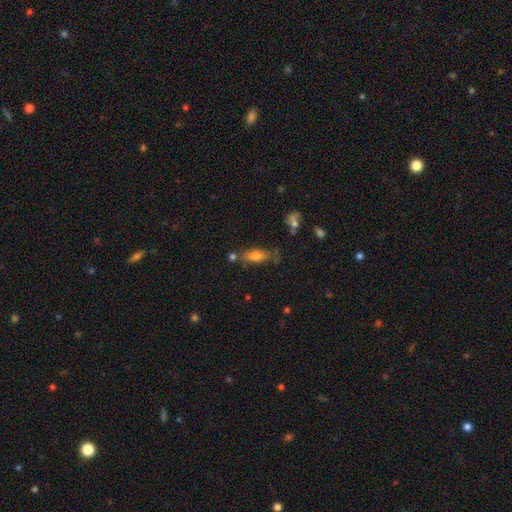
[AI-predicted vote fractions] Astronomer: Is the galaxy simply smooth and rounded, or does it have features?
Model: smooth — 70%.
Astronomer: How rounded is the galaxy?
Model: in between — 68%.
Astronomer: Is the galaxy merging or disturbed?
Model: none — 62%.